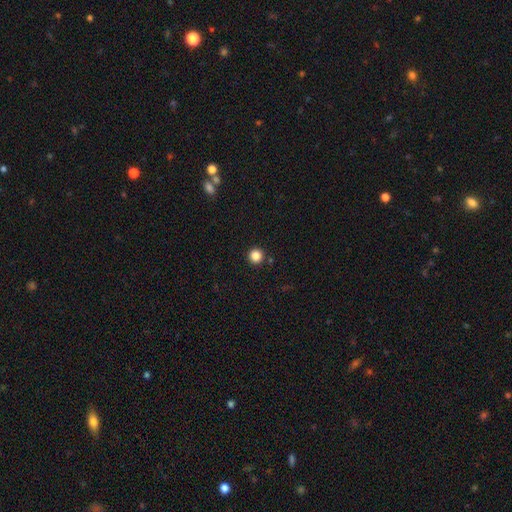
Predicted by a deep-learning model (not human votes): Q: Smooth or featured?
A: smooth (85%); runner-up: star or artifact (12%)
Q: How rounded?
A: round (96%); runner-up: in between (3%)
Q: Merging?
A: none (91%); runner-up: minor disturbance (5%)